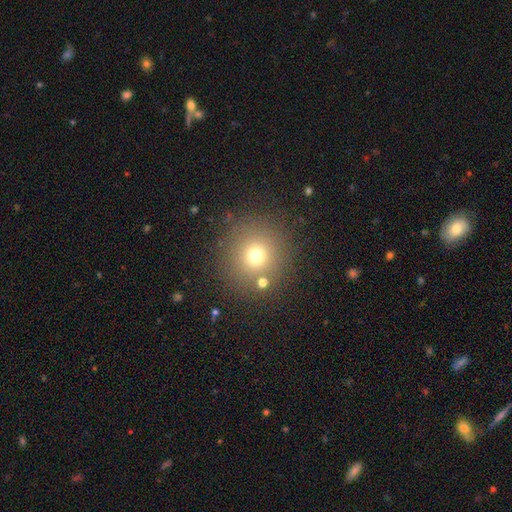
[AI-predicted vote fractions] smooth_or_featured: smooth (p=0.70) [alt: star or artifact p=0.20]
how_rounded: round (p=0.93) [alt: in between p=0.06]
merging: none (p=0.83) [alt: minor disturbance p=0.08]